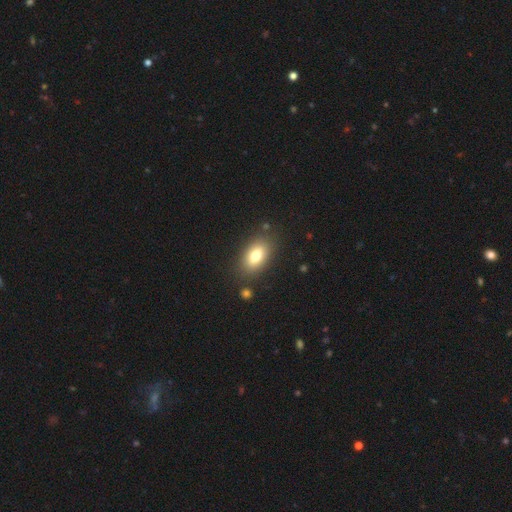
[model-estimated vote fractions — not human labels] smooth-or-featured: smooth: 76% | featured or disk: 15% | star or artifact: 9%
  how-rounded: in between: 89% | round: 8% | cigar-shaped: 3%
  merging: none: 82% | minor disturbance: 11% | merger: 3% | major disturbance: 3%